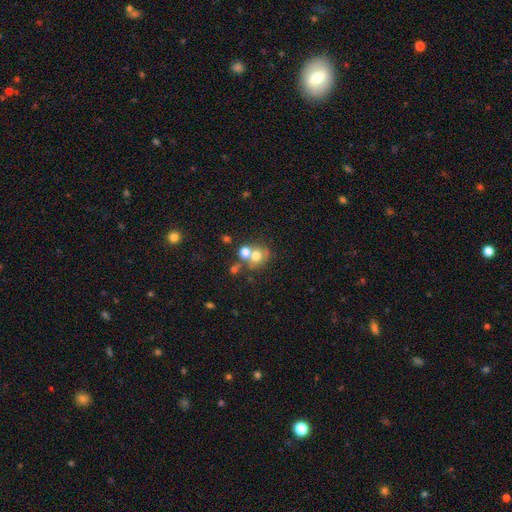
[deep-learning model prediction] A smooth galaxy with no disk features (64%) that is round (76%).

Vote fractions:
- Smooth or featured? smooth: 64% / featured or disk: 21% / star or artifact: 15%
- How rounded? round: 76% / in between: 23% / cigar-shaped: 1%
- Merging? none: 42% / merger: 41% / minor disturbance: 10% / major disturbance: 6%